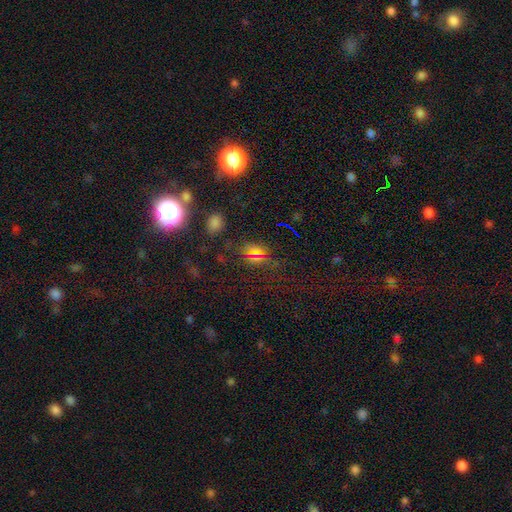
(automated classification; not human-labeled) This is possibly a star or artifact rather than a galaxy (55%).